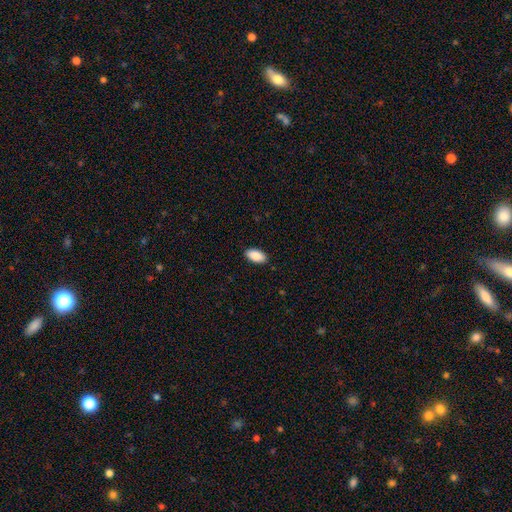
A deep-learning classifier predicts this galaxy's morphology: A smooth galaxy with no disk features (90%) that is in between round and cigar-shaped (94%).

Vote fractions:
- Smooth or featured? smooth: 90% / star or artifact: 6% / featured or disk: 4%
- How rounded? in between: 94% / cigar-shaped: 3% / round: 2%
- Merging? none: 89% / minor disturbance: 8% / major disturbance: 2% / merger: 1%